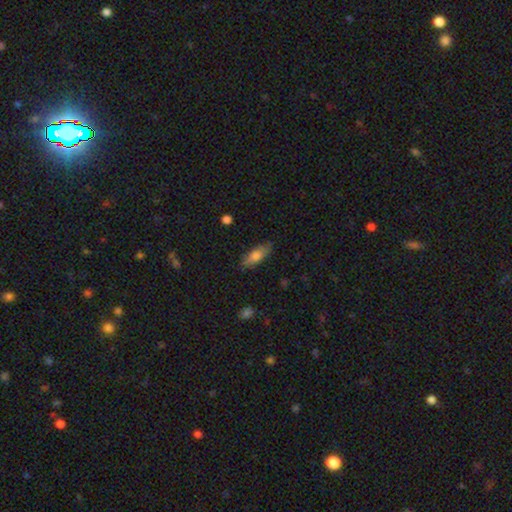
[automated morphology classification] Smooth or featured: smooth — 73% (featured or disk — 20%)
How rounded: in between — 65% (cigar-shaped — 32%)
Merging: none — 81% (minor disturbance — 15%)